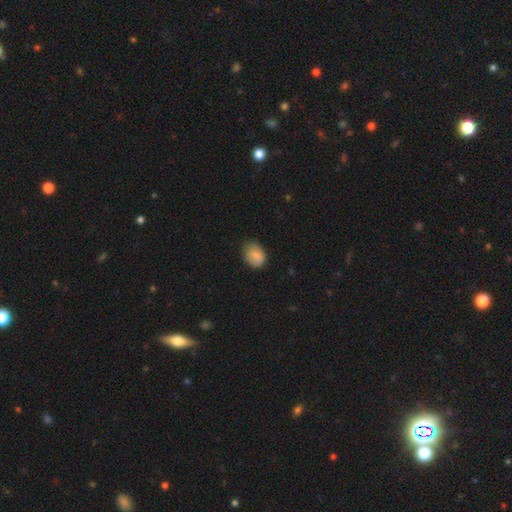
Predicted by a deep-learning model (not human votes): Morphology: type=smooth (84%); roundness=in between (63%); merging=none (70%).